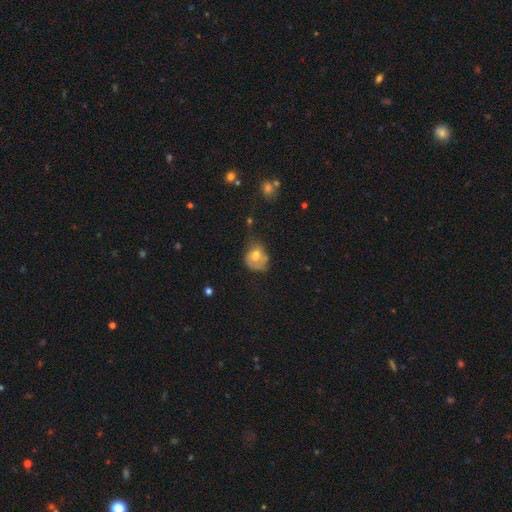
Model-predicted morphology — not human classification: A smooth galaxy with no disk features (60%) that is round (54%). Merging: none (33%).